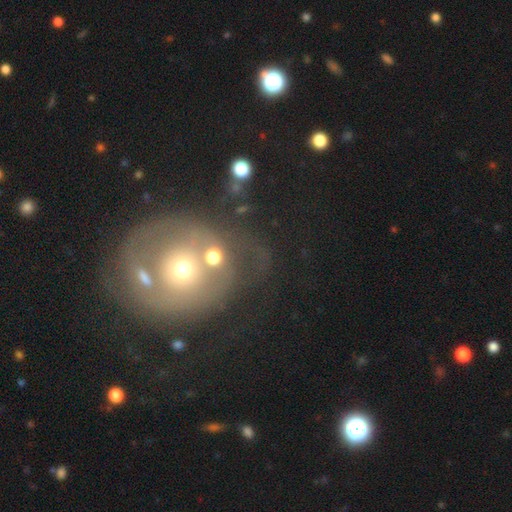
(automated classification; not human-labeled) Q: Smooth or featured?
A: featured or disk (53%); runner-up: smooth (31%)
Q: Edge-on disk?
A: no (96%); runner-up: yes (4%)
Q: Bar?
A: no (87%); runner-up: weak (9%)
Q: Spiral arms?
A: no (52%); runner-up: yes (48%)
Q: Bulge size?
A: small (48%); runner-up: moderate (43%)
Q: Merging?
A: none (47%); runner-up: merger (19%)